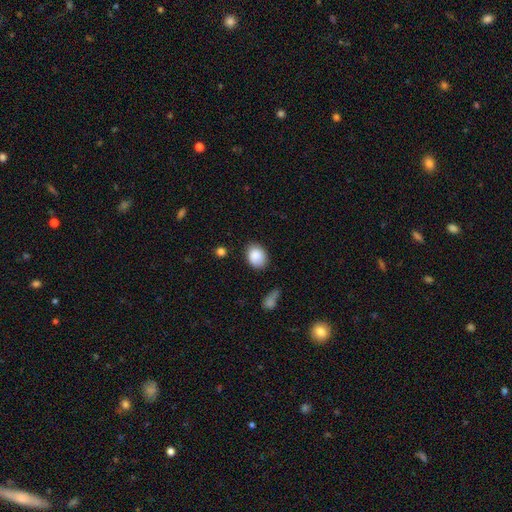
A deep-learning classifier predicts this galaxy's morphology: This appears to be a smooth galaxy with no disk features (88%) that is in between round and cigar-shaped (65%). Merging: none (77%).